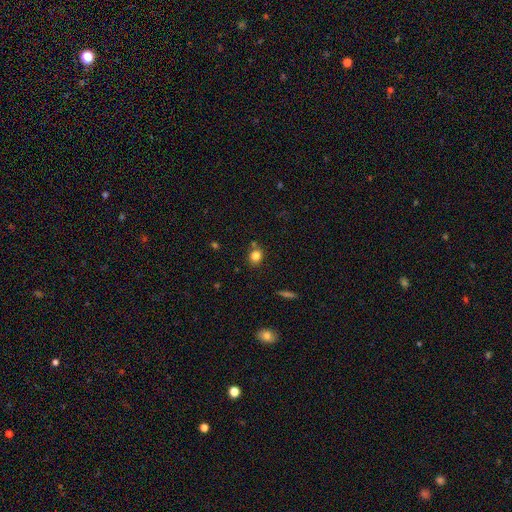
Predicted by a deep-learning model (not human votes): Smooth or featured: smooth — 81% (star or artifact — 12%)
How rounded: round — 61% (in between — 38%)
Merging: none — 76% (minor disturbance — 12%)